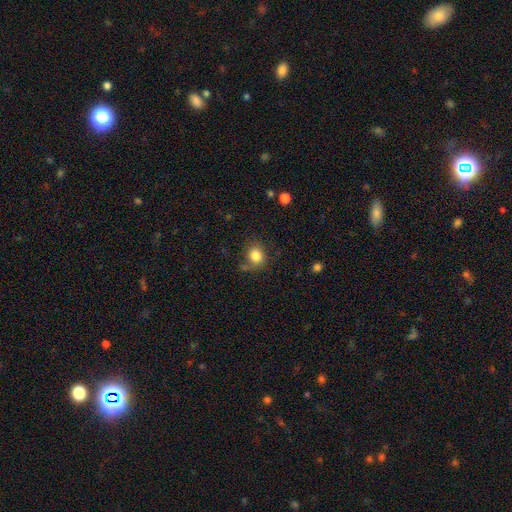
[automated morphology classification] Smooth or featured? smooth (83%)
How rounded? round (77%)
Merging? none (73%)